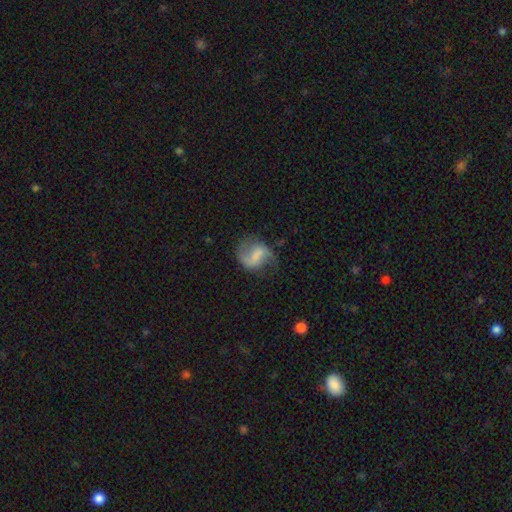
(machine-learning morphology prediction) Overall: featured or disk (72%). Edge-on disk: no (98%). Bar: weak (48%; no 26%). Spiral arms: yes (91%). Spiral arm count: 2 (85%). Spiral winding: loose (54%; medium 37%). Bulge size: none (49%; small 27%). Merging: none (65%).